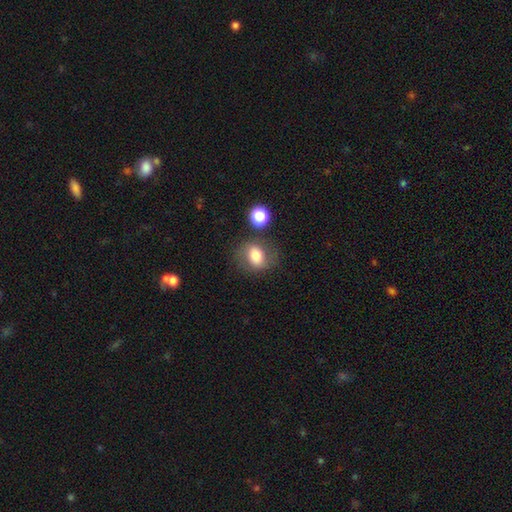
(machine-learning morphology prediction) smooth-or-featured: smooth: 75% | featured or disk: 16% | star or artifact: 10%
  how-rounded: in between: 62% | round: 36% | cigar-shaped: 2%
  merging: none: 67% | minor disturbance: 17% | merger: 9% | major disturbance: 7%